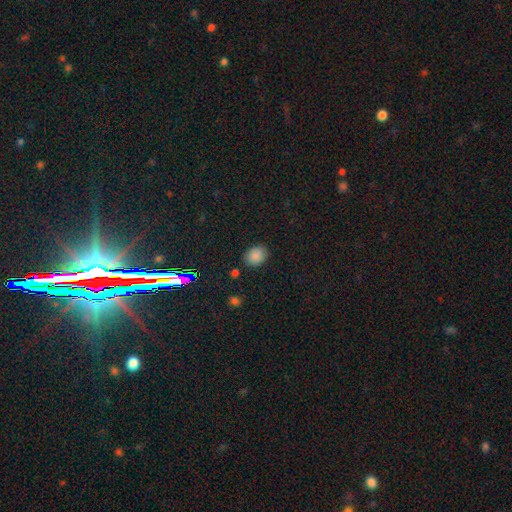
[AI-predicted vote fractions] The model was most divided on "how rounded": in between: 62%, round: 37%, cigar-shaped: 1%. More confident: smooth or featured — smooth (86%); merging — none (84%).